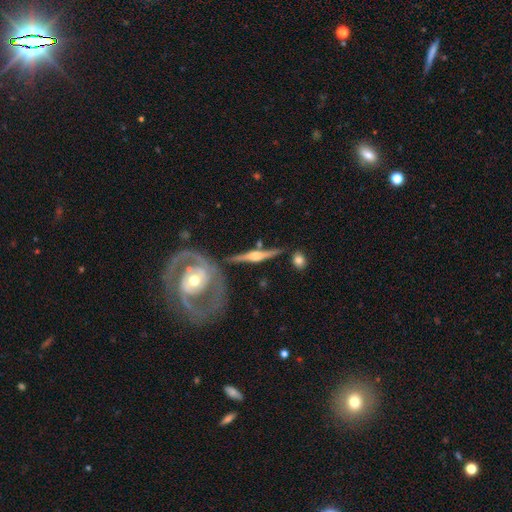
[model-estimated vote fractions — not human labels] Smooth or featured: featured or disk — 82% (smooth — 13%)
Edge-on disk: yes — 94% (no — 6%)
Edge-on bulge: rounded — 89% (boxy — 7%)
Merging: none — 68% (minor disturbance — 15%)